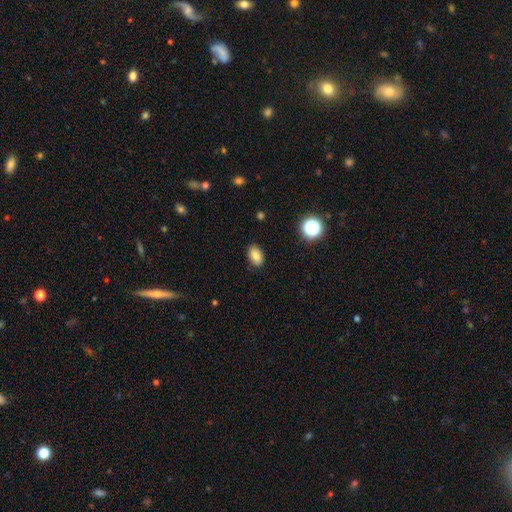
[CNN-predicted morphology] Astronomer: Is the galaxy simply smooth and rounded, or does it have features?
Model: smooth — 83%.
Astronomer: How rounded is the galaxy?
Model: in between — 86%.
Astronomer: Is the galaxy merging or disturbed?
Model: none — 87%.